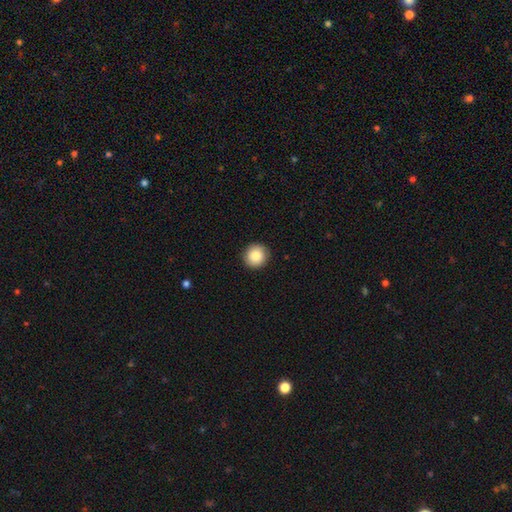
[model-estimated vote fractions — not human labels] Morphology: type=smooth (86%); roundness=round (93%); merging=none (92%).